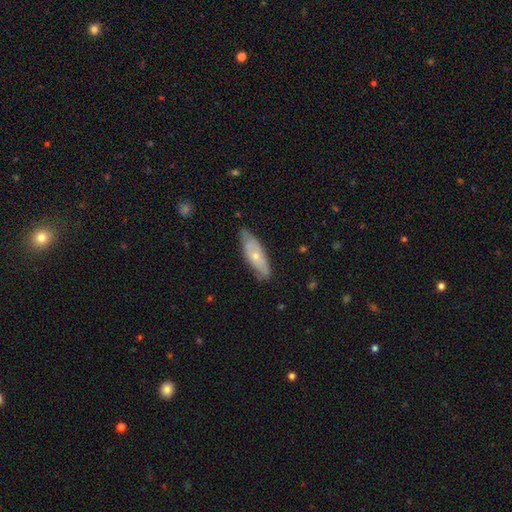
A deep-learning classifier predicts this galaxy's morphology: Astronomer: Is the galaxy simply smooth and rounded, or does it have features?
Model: featured or disk — 48% (runner-up: smooth, 46%).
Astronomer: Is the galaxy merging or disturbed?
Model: none — 71%.